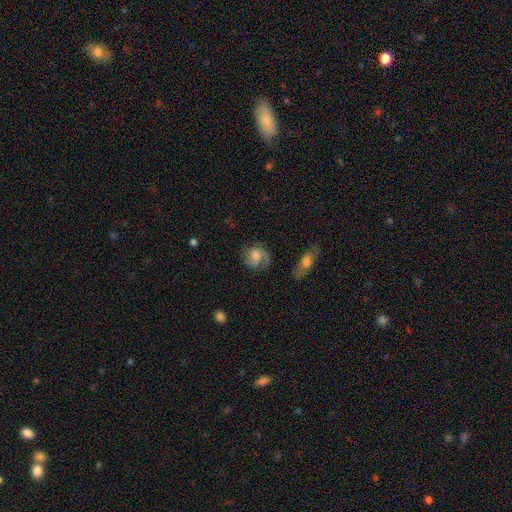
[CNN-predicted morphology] The model was most divided on "bulge size": moderate: 44%, small: 24%, large: 19%, none: 11%, dominant: 2%. More confident: edge-on disk — no (97%); spiral arms — yes (88%); merging — none (64%); bar — no (62%); smooth or featured — featured or disk (56%).